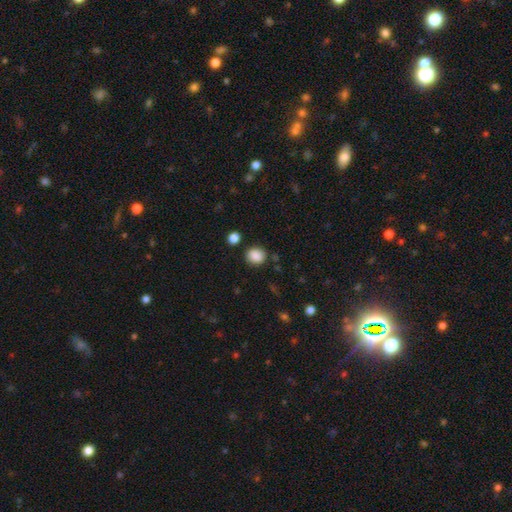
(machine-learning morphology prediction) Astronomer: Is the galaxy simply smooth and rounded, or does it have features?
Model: smooth — 88%.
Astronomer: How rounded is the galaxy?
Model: round — 77%.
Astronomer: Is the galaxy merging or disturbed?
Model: none — 83%.